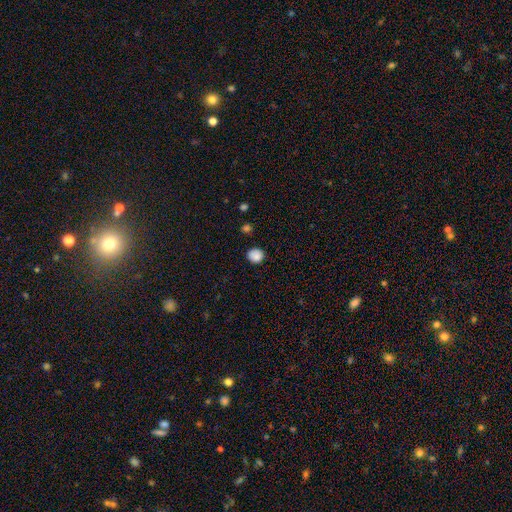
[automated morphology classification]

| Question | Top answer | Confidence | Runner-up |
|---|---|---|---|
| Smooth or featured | smooth | 86% | star or artifact (10%) |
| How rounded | round | 83% | in between (17%) |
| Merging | none | 82% | minor disturbance (14%) |